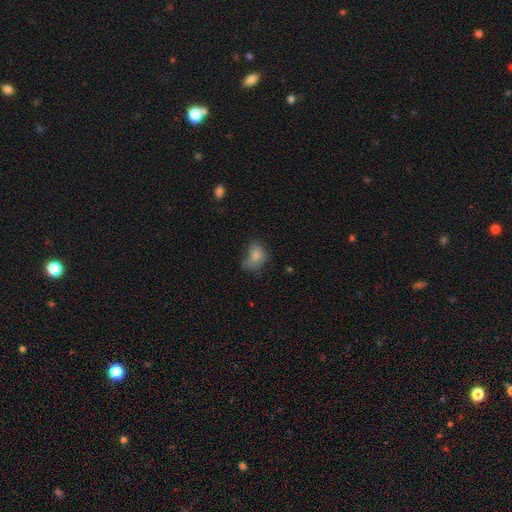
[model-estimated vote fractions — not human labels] Morphology: type=smooth (74%); roundness=in between (70%); merging=none (34%).